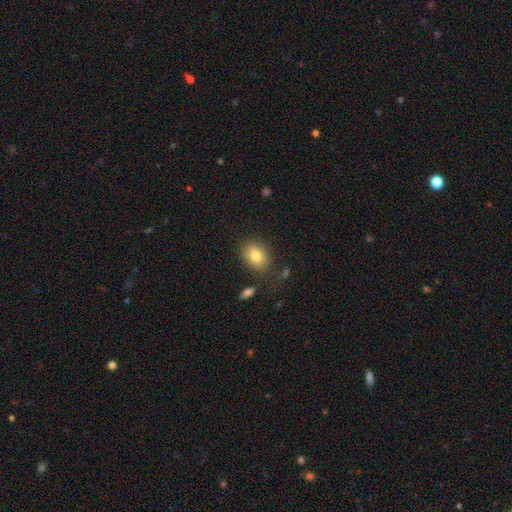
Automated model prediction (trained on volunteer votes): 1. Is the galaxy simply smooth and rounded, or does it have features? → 80% smooth, 11% featured or disk, 9% star or artifact.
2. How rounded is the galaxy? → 66% in between, 33% round, 1% cigar-shaped.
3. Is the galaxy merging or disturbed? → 80% none, 13% minor disturbance, 4% major disturbance, 3% merger.